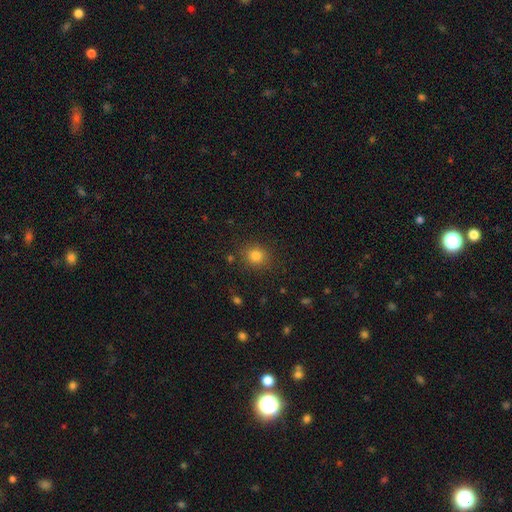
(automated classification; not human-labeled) This is clearly a smooth galaxy (81%). How rounded: likely round (77%). Merging: clearly none (86%).